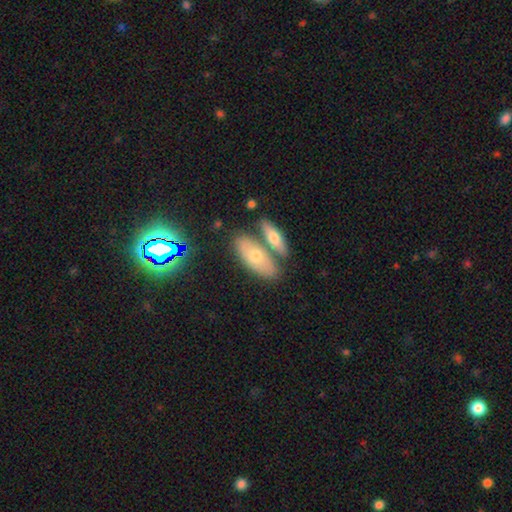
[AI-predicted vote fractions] Overall: smooth (61%; featured or disk 26%). How rounded: in between (78%). Merging: none (60%; merger 26%).